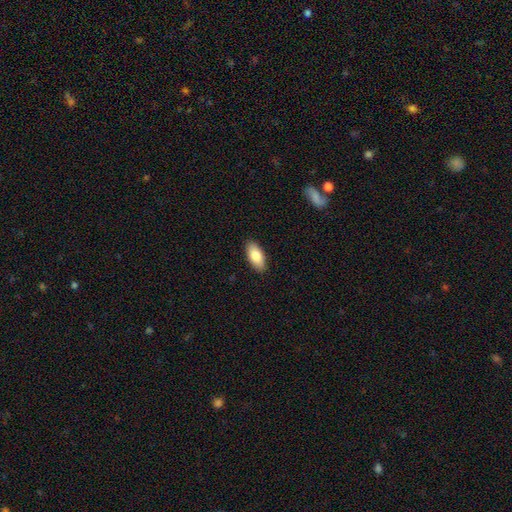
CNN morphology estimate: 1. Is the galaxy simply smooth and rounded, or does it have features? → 85% smooth, 9% featured or disk, 6% star or artifact.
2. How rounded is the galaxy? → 90% in between, 8% cigar-shaped, 2% round.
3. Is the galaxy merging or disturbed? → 89% none, 8% minor disturbance, 2% major disturbance, 1% merger.